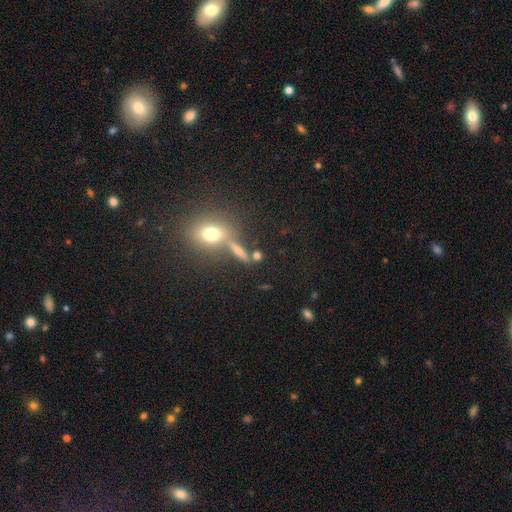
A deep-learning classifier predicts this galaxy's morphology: Smooth or featured: smooth — 49% (star or artifact — 32%)
Merging: none — 56% (merger — 26%)